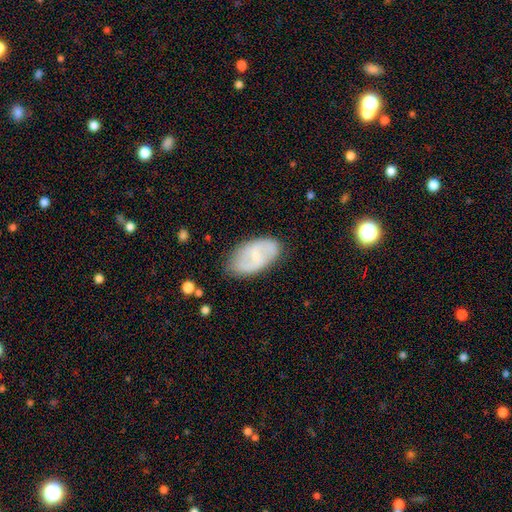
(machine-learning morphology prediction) This appears to be a featured or disk galaxy (58%) with a weak bar (51%), spiral arms (76%) and a small central bulge (68%). Merging: none (78%).